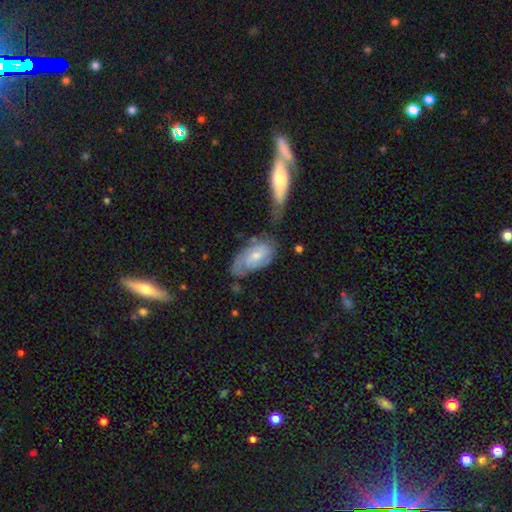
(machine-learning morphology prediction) featured or disk 61%, smooth 33%, star or artifact 6%. Down the decision tree: edge-on disk — no (93%); bar — no (58%); spiral arms — yes (85%); bulge size — small (50%); merging — none (45%).